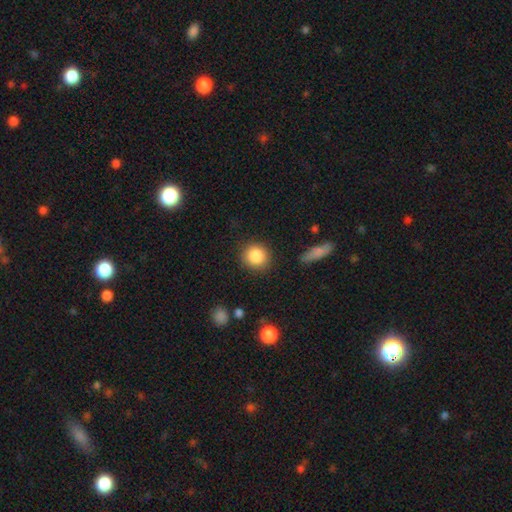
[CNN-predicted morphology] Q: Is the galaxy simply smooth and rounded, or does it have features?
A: smooth — 86%.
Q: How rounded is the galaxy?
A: round — 89%.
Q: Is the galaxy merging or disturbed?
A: none — 88%.